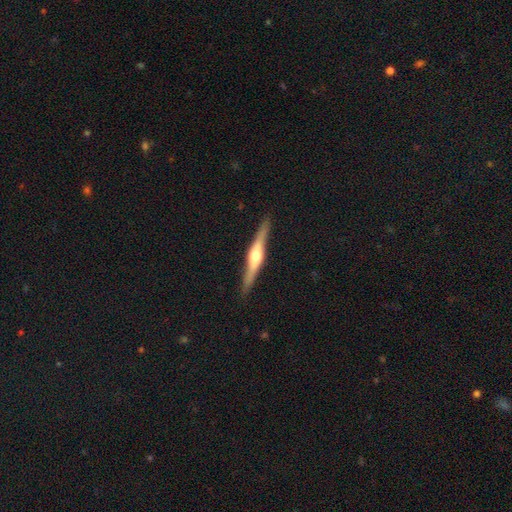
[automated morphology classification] A featured or disk galaxy (76%) viewed edge-on (98%) with a rounded central bulge (91%). Merging: none (90%).